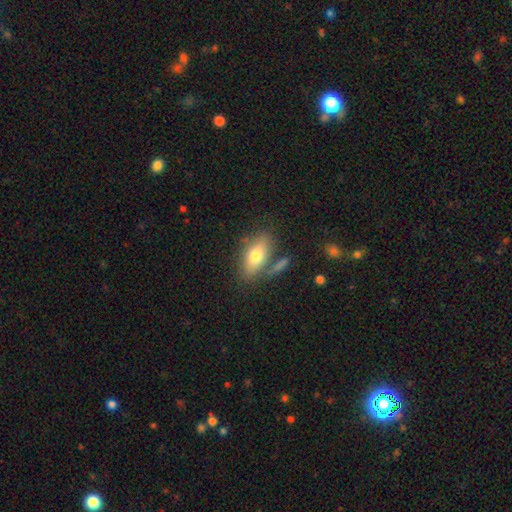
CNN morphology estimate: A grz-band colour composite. It shows a smooth galaxy with no disk features (72%) that is in between round and cigar-shaped (84%). Merging: none (68%).